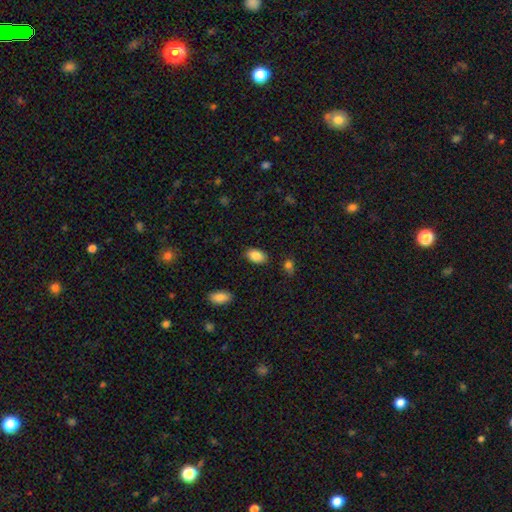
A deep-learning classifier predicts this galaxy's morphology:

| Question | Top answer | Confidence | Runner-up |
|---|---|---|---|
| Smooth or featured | smooth | 87% | star or artifact (8%) |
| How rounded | in between | 91% | round (8%) |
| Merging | none | 84% | minor disturbance (11%) |